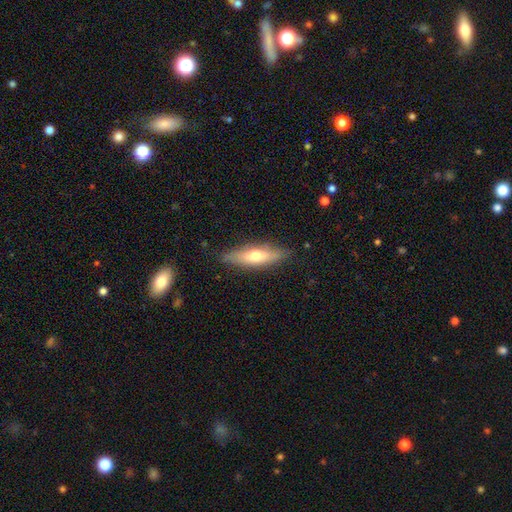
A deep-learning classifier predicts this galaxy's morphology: type=smooth (54%); roundness=cigar-shaped (64%); merging=none (84%).